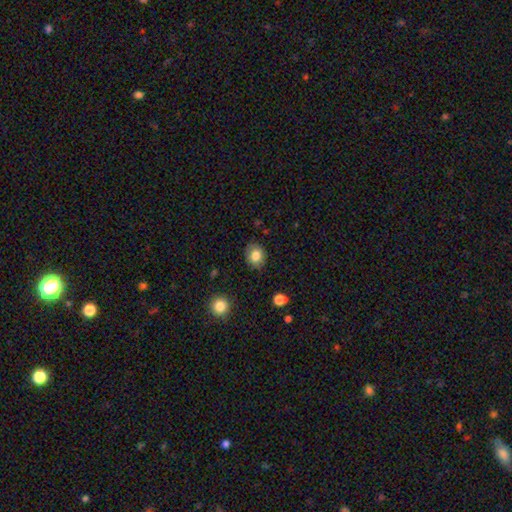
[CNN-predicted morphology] type=smooth (82%); roundness=round (63%); merging=none (84%).